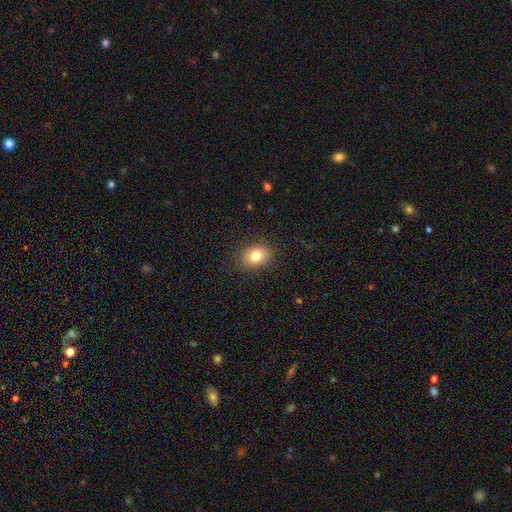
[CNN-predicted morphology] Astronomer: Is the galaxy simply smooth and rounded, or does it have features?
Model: smooth — 82%.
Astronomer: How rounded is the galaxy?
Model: in between — 63%.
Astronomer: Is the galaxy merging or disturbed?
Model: none — 87%.